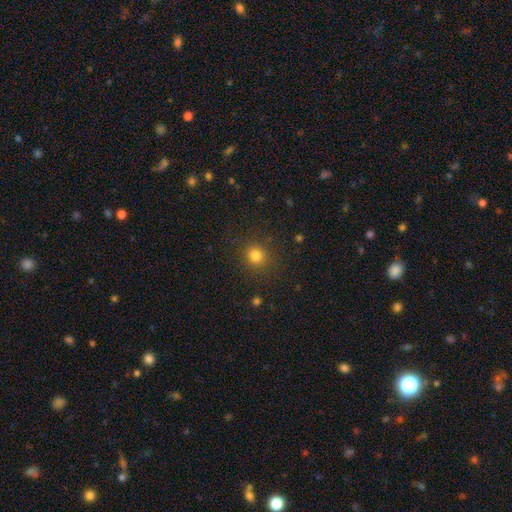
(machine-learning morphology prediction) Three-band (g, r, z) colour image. It shows a smooth galaxy with no disk features (80%) that is round (88%). Merging: none (88%).